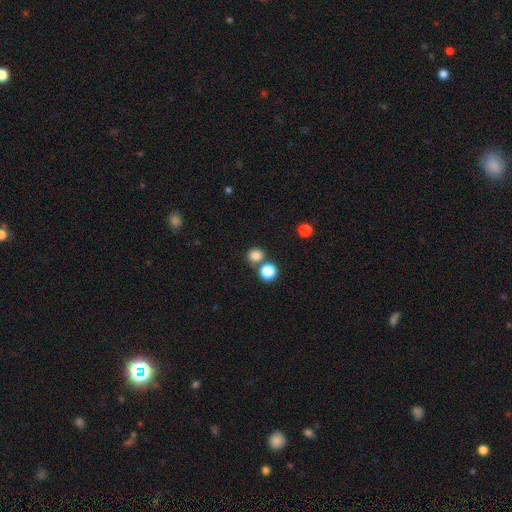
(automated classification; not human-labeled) This is clearly a smooth galaxy (81%). How rounded: clearly round (86%). Merging: likely none (68%).